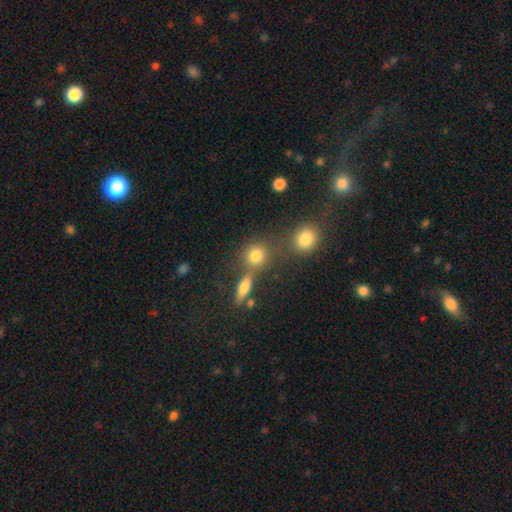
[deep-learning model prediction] Smooth or featured: smooth — 79% (star or artifact — 13%)
How rounded: round — 83% (in between — 14%)
Merging: none — 62% (merger — 25%)